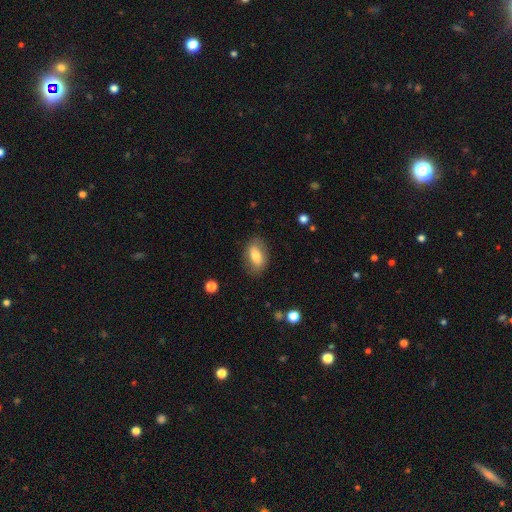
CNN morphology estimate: Smooth or featured? Predicted: smooth (p=0.74). How rounded? Predicted: in between (p=0.89). Merging? Predicted: none (p=0.80).